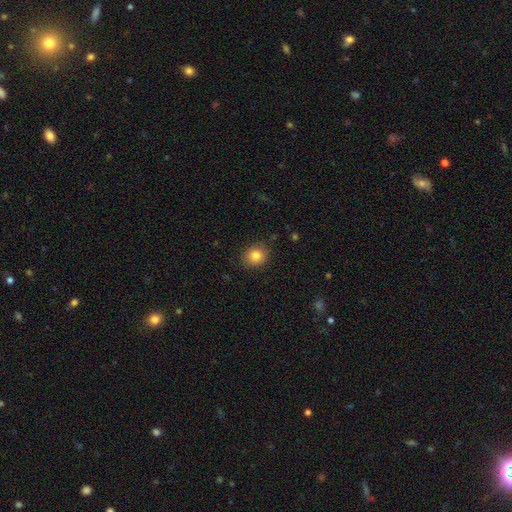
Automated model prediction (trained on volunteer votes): smooth-or-featured: smooth: 82% | star or artifact: 10% | featured or disk: 8%
  how-rounded: round: 72% | in between: 27% | cigar-shaped: 1%
  merging: none: 87% | minor disturbance: 9% | major disturbance: 2% | merger: 1%